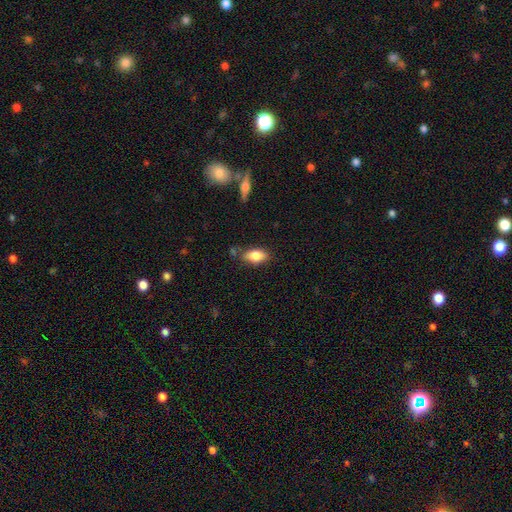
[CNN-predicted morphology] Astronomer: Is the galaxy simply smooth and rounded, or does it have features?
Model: smooth — 82%.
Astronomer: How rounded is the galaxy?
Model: in between — 89%.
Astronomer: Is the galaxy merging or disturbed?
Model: none — 75%.